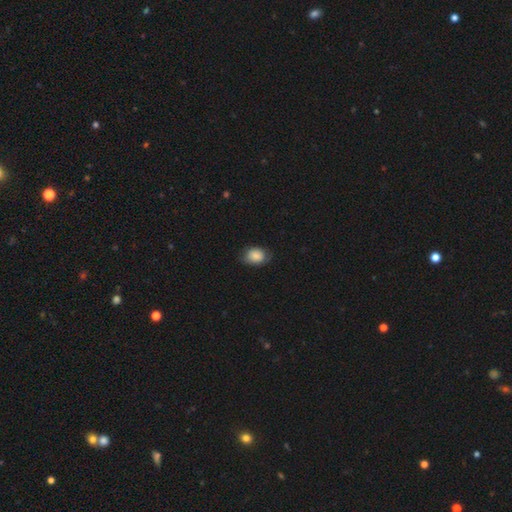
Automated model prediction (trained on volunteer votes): Q: Smooth or featured?
A: smooth (85%); runner-up: star or artifact (8%)
Q: How rounded?
A: in between (65%); runner-up: round (34%)
Q: Merging?
A: none (70%); runner-up: minor disturbance (25%)